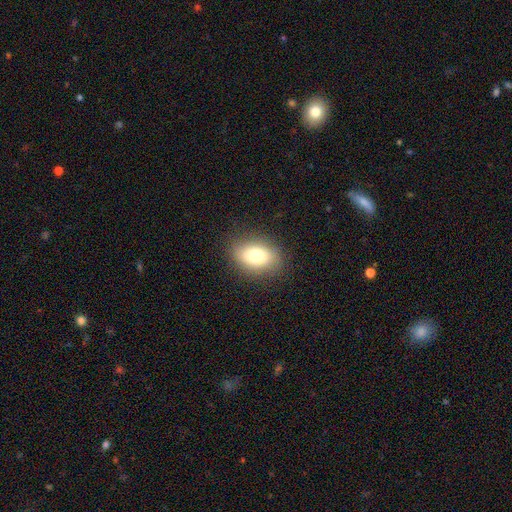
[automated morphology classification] A smooth galaxy with no disk features (77%) that is in between round and cigar-shaped (78%).

Vote fractions:
- Smooth or featured? smooth: 77% / featured or disk: 14% / star or artifact: 10%
- How rounded? in between: 78% / round: 21% / cigar-shaped: 2%
- Merging? none: 84% / minor disturbance: 11% / major disturbance: 4% / merger: 1%